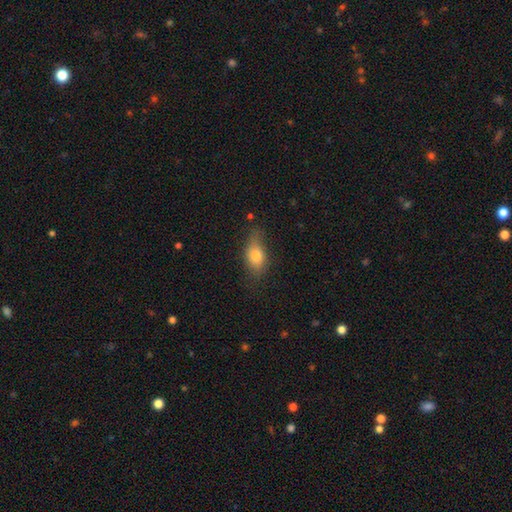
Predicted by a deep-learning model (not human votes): This appears to be a smooth galaxy with no disk features (70%) that is in between round and cigar-shaped (76%). Merging: none (65%).